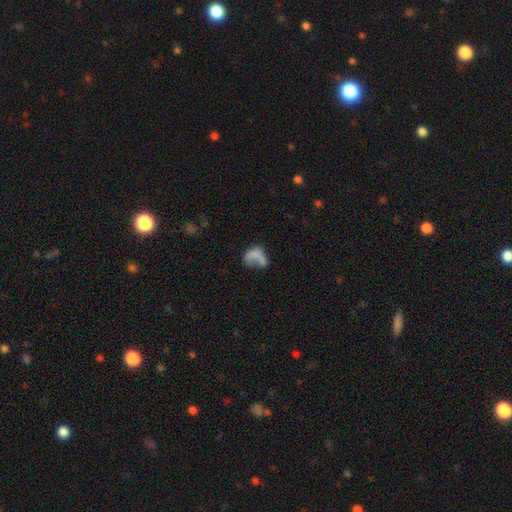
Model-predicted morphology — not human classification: A smooth galaxy with no disk features (62%) that is in between round and cigar-shaped (76%). Merging: merger (39%).